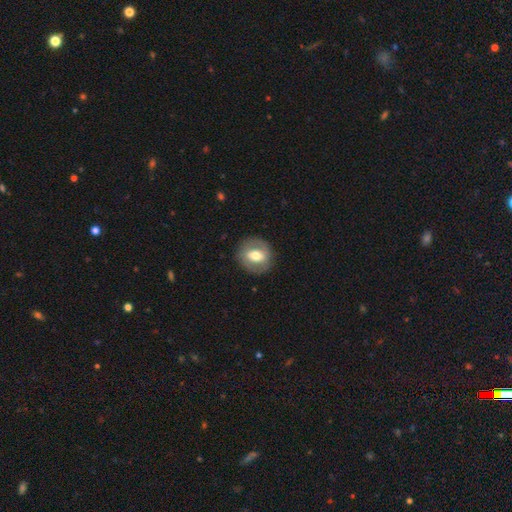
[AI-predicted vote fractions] A featured or disk galaxy (49%). Merging: none (84%).